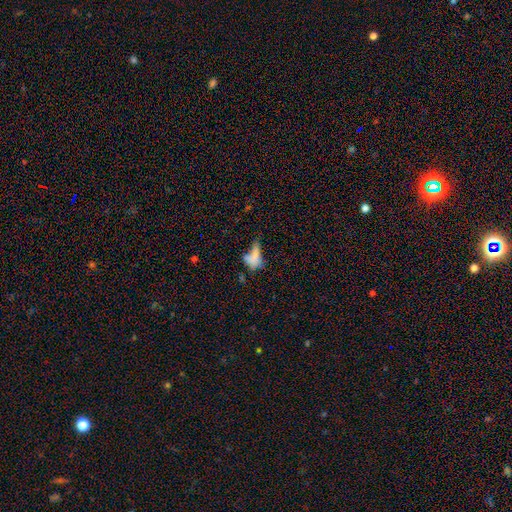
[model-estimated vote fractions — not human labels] This appears to be a smooth galaxy with no disk features (66%) that is in between round and cigar-shaped (71%). Merging: merger (29%).